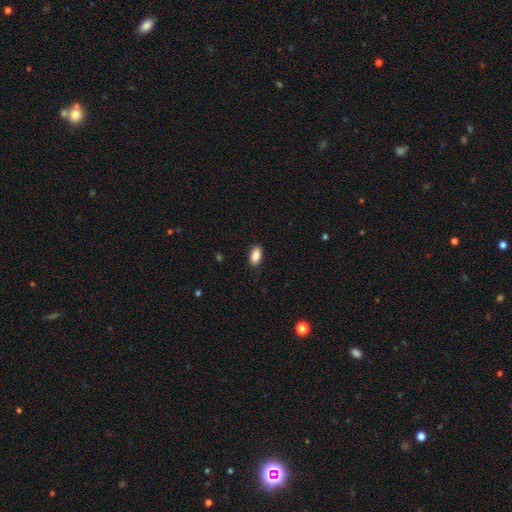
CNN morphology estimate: smooth 88%, star or artifact 7%, featured or disk 4%. Down the decision tree: how rounded — in between (92%); merging — none (87%).